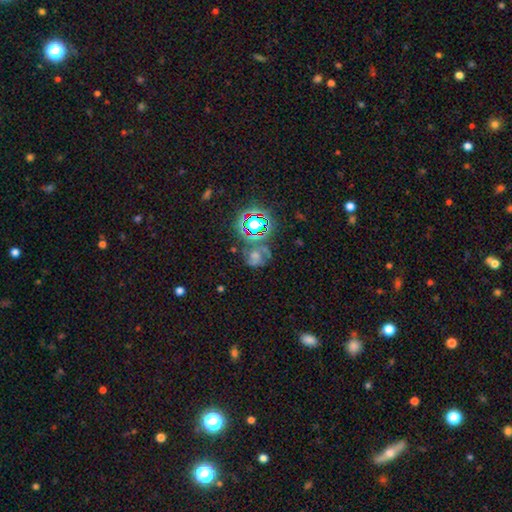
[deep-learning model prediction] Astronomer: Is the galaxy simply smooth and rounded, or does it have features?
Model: featured or disk — 34% (runner-up: star or artifact, 33%).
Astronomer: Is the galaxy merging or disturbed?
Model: none — 44% (runner-up: major disturbance, 22%).